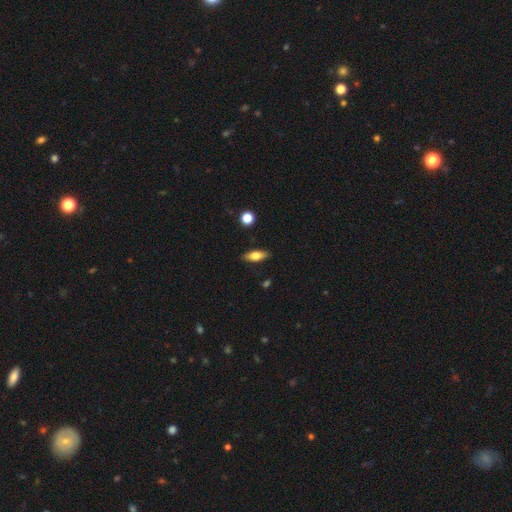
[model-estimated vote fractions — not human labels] Smooth or featured? Predicted: smooth (p=0.70). How rounded? Predicted: in between (p=0.71). Merging? Predicted: none (p=0.87).